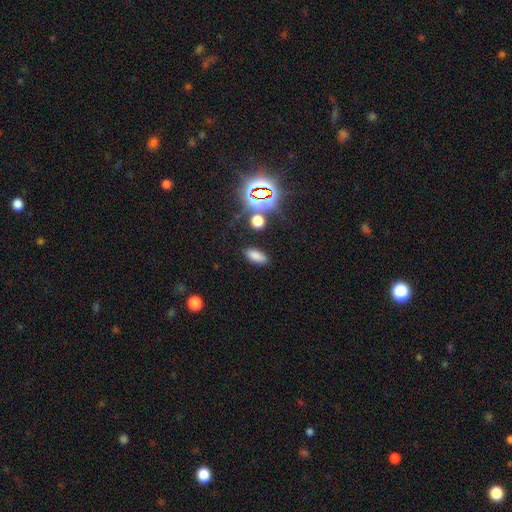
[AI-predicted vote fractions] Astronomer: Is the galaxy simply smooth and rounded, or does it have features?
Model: smooth — 75%.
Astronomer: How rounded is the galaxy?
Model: in between — 85%.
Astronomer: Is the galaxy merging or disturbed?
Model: none — 86%.